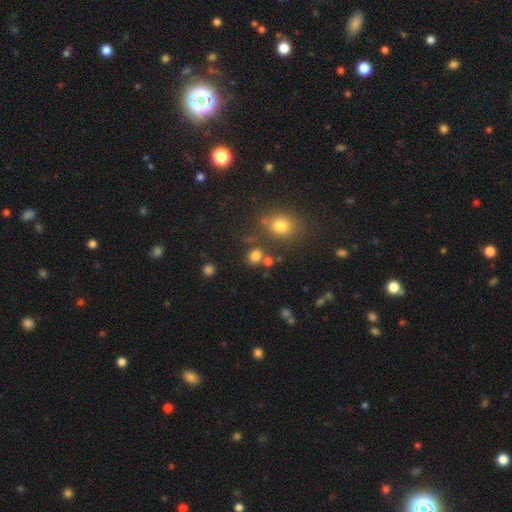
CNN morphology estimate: smooth-or-featured: smooth: 77% | star or artifact: 16% | featured or disk: 6%
  how-rounded: round: 69% | in between: 29% | cigar-shaped: 1%
  merging: none: 70% | merger: 15% | minor disturbance: 11% | major disturbance: 5%